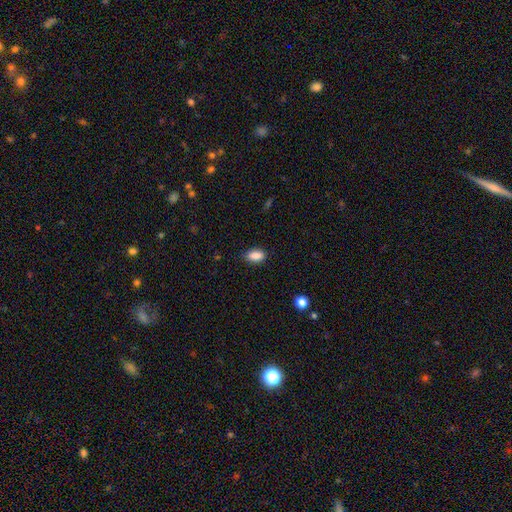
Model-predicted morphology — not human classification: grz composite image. It shows a smooth galaxy with no disk features (88%) that is in between round and cigar-shaped (89%). Merging: none (86%).